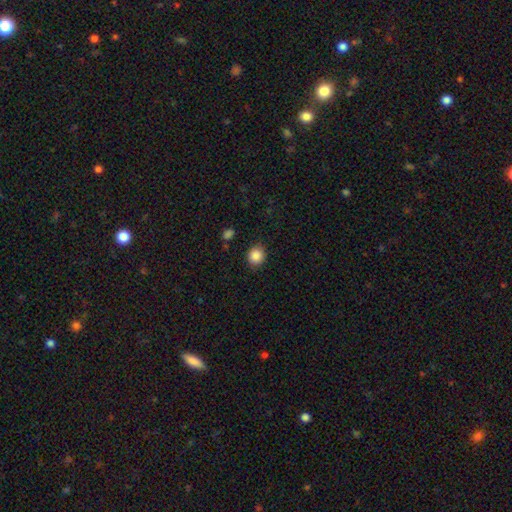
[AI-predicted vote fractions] Smooth or featured? Predicted: smooth (p=0.87). How rounded? Predicted: round (p=0.84). Merging? Predicted: none (p=0.86).